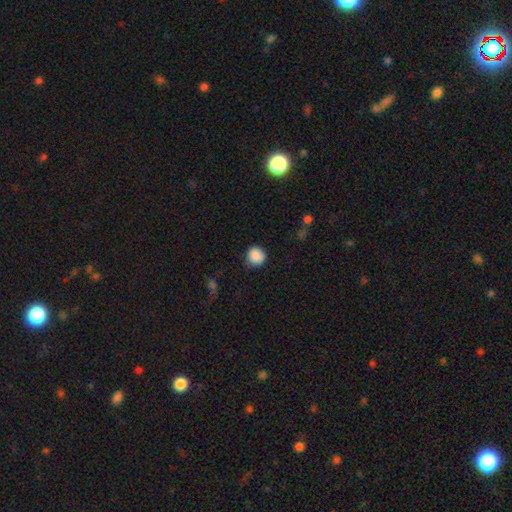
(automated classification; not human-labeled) A smooth galaxy with no disk features (89%) that is round (89%).

Vote fractions:
- Smooth or featured? smooth: 89% / star or artifact: 8% / featured or disk: 3%
- How rounded? round: 89% / in between: 10% / cigar-shaped: 1%
- Merging? none: 81% / minor disturbance: 13% / major disturbance: 4% / merger: 2%